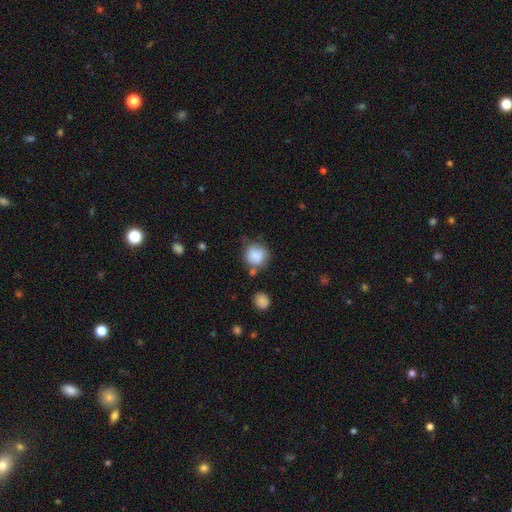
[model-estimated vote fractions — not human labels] smooth 82%, featured or disk 9%, star or artifact 9%. Down the decision tree: how rounded — round (83%); merging — none (59%).